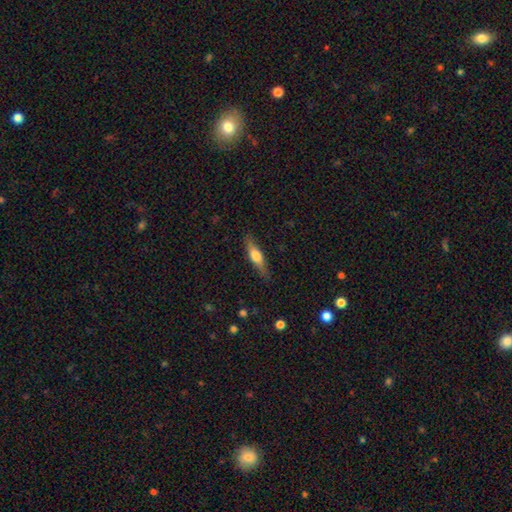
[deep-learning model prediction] Smooth or featured? Predicted: smooth (p=0.47, tied with featured or disk). Merging? Predicted: none (p=0.84).